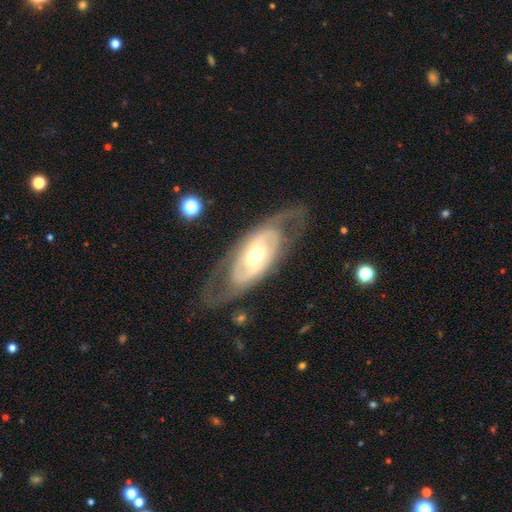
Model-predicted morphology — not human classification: A featured or disk galaxy (78%) with no bar (48%), spiral arms (62%) and a moderate central bulge (65%).

Vote fractions:
- Smooth or featured? featured or disk: 78% / smooth: 17% / star or artifact: 5%
- Edge-on disk? no: 88% / yes: 12%
- Bar? no: 48% / weak: 32% / strong: 20%
- Spiral arms? yes: 62% / no: 38%
- Bulge size? moderate: 65% / small: 20% / large: 12% / dominant: 1% / none: 1%
- Merging? none: 71% / minor disturbance: 15% / major disturbance: 12% / merger: 2%